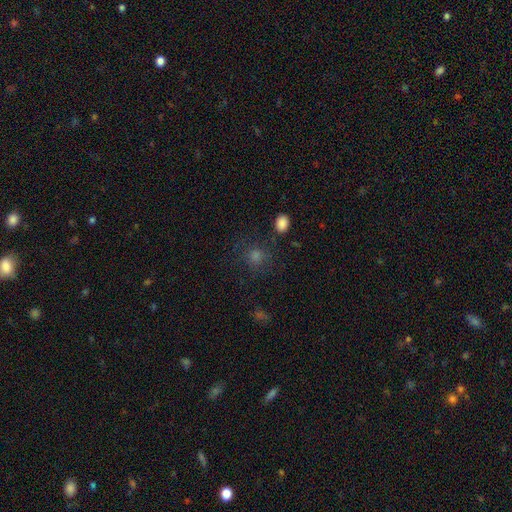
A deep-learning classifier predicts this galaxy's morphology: Smooth or featured? Predicted: smooth (p=0.63). How rounded? Predicted: round (p=0.82). Merging? Predicted: none (p=0.76).